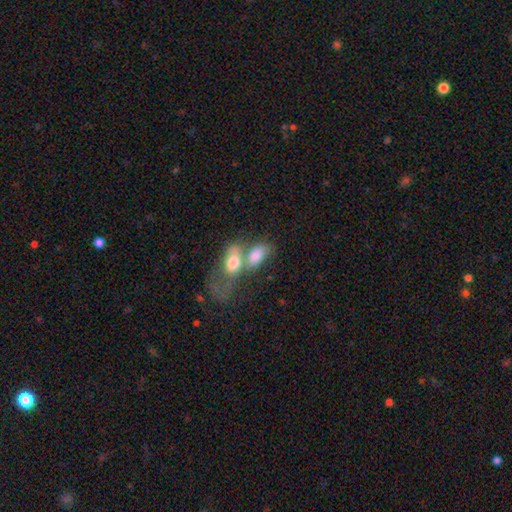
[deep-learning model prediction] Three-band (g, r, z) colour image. It shows a smooth galaxy with no disk features (73%) that is in between round and cigar-shaped (88%). Merging: merger (68%).